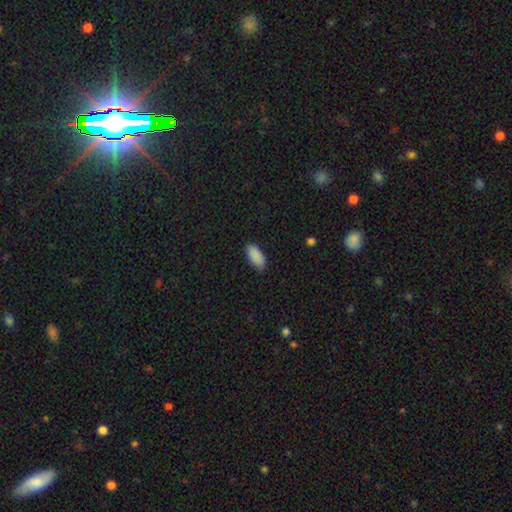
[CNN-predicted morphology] Smooth or featured?
  - smooth: 90% *
  - star or artifact: 6%
  - featured or disk: 4%
How rounded?
  - in between: 91% *
  - cigar-shaped: 7%
  - round: 2%
Merging?
  - none: 85% *
  - minor disturbance: 12%
  - major disturbance: 2%
  - merger: 1%